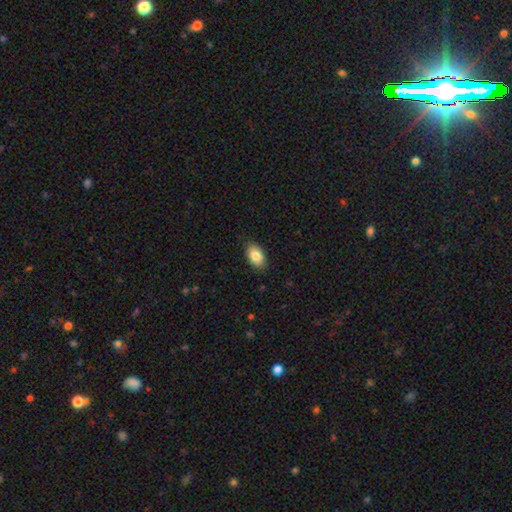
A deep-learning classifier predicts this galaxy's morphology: smooth-or-featured: smooth: 85% | featured or disk: 8% | star or artifact: 7%
  how-rounded: in between: 92% | round: 7% | cigar-shaped: 2%
  merging: none: 86% | minor disturbance: 11% | major disturbance: 2% | merger: 1%